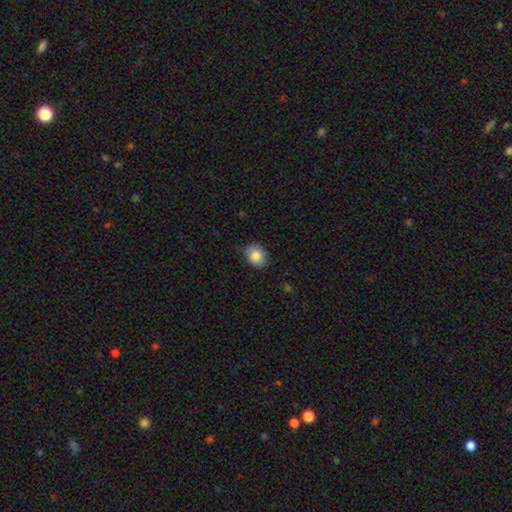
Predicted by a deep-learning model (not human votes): smooth-or-featured: smooth: 85% | star or artifact: 8% | featured or disk: 7%
  how-rounded: round: 58% | in between: 41% | cigar-shaped: 1%
  merging: none: 77% | minor disturbance: 19% | major disturbance: 3% | merger: 1%